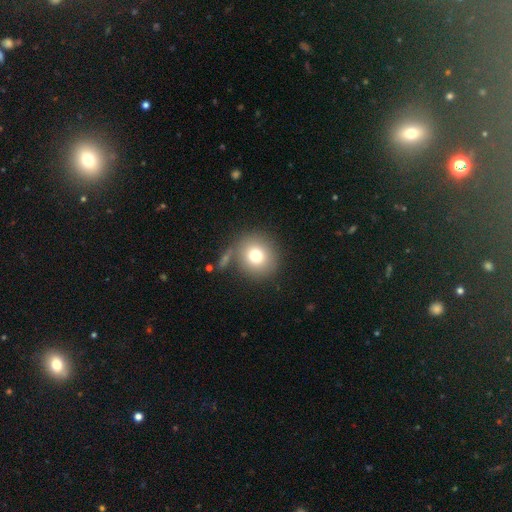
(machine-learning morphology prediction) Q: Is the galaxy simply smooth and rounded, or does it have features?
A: smooth — 75%.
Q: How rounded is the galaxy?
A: round — 91%.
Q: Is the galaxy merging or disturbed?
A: none — 76%.